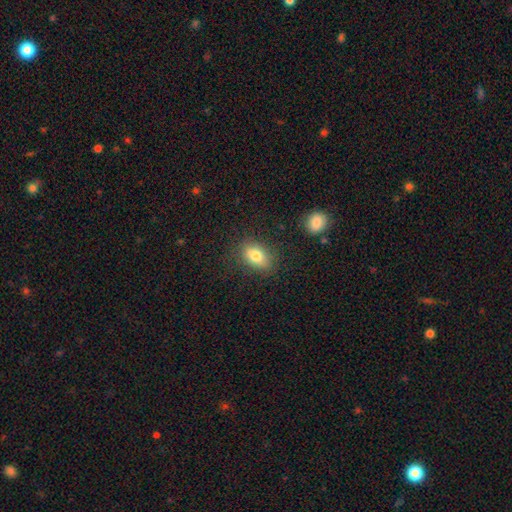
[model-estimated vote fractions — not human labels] smooth 80%, featured or disk 12%, star or artifact 9%. Down the decision tree: how rounded — in between (84%); merging — none (82%).